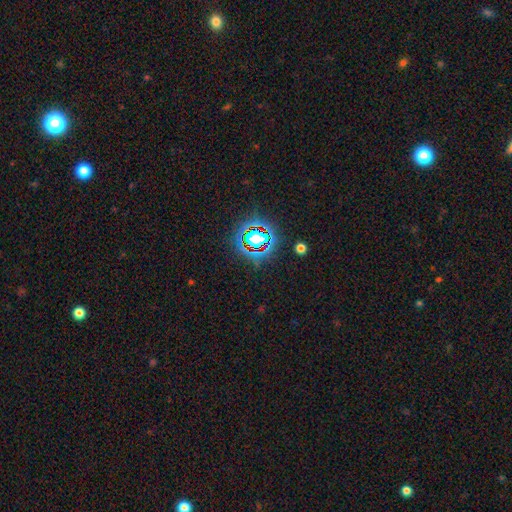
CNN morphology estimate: smooth-or-featured: star or artifact: 79% | smooth: 13% | featured or disk: 8%